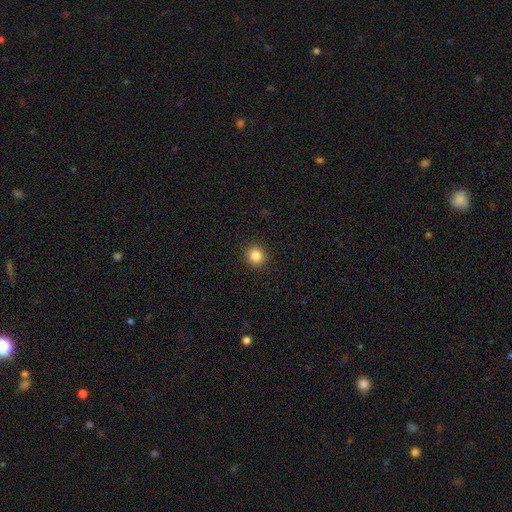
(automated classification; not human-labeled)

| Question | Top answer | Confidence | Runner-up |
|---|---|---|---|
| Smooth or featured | smooth | 85% | star or artifact (11%) |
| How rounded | round | 93% | in between (6%) |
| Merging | none | 93% | minor disturbance (5%) |